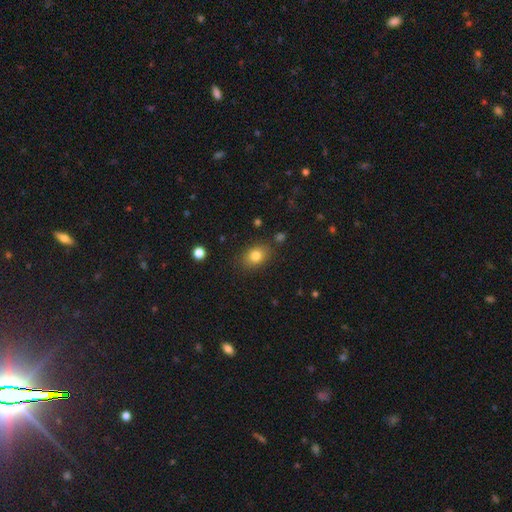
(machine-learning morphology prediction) A smooth galaxy with no disk features (81%) that is in between round and cigar-shaped (68%).

Vote fractions:
- Smooth or featured? smooth: 81% / star or artifact: 10% / featured or disk: 8%
- How rounded? in between: 68% / round: 31% / cigar-shaped: 1%
- Merging? none: 83% / minor disturbance: 11% / major disturbance: 3% / merger: 2%